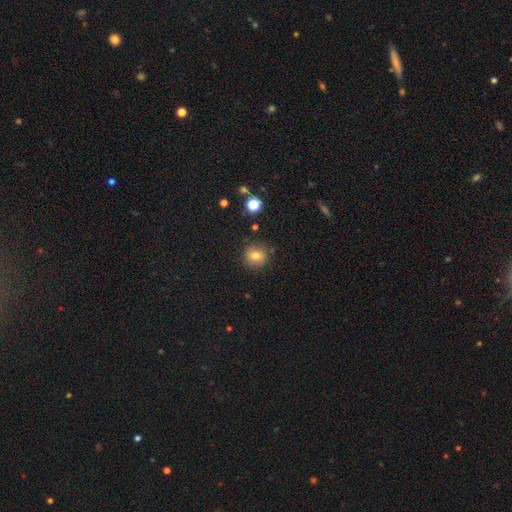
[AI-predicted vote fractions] Q: Smooth or featured?
A: smooth (76%); runner-up: star or artifact (12%)
Q: How rounded?
A: round (87%); runner-up: in between (12%)
Q: Merging?
A: none (86%); runner-up: minor disturbance (9%)